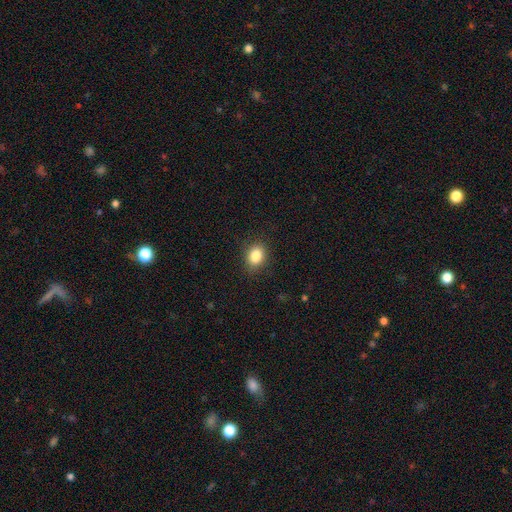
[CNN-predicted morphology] This appears to be a smooth galaxy with no disk features (84%) that is in between round and cigar-shaped (61%). Merging: none (86%).